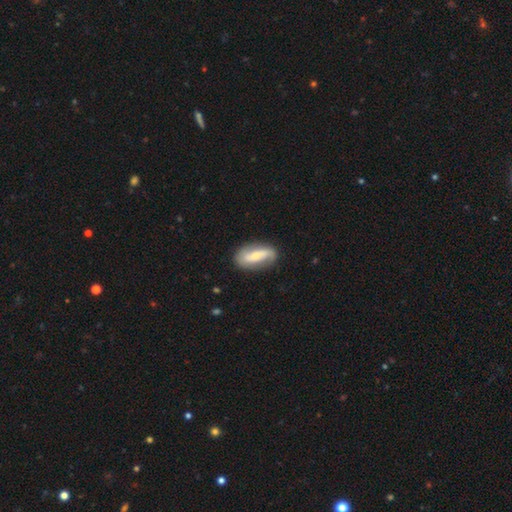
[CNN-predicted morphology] Overall: featured or disk (59%; smooth 36%). Edge-on disk: no (88%). Bar: strong (38%; no 34%). Spiral arms: yes (74%). Bulge size: moderate (49%; small 45%). Merging: none (80%).